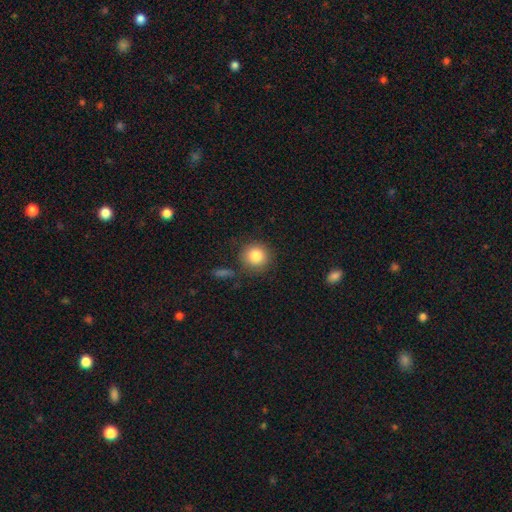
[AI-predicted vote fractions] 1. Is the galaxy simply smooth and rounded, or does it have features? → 84% smooth, 9% star or artifact, 7% featured or disk.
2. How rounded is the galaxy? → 92% round, 7% in between, 1% cigar-shaped.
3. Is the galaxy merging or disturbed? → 82% none, 10% minor disturbance, 4% merger, 4% major disturbance.